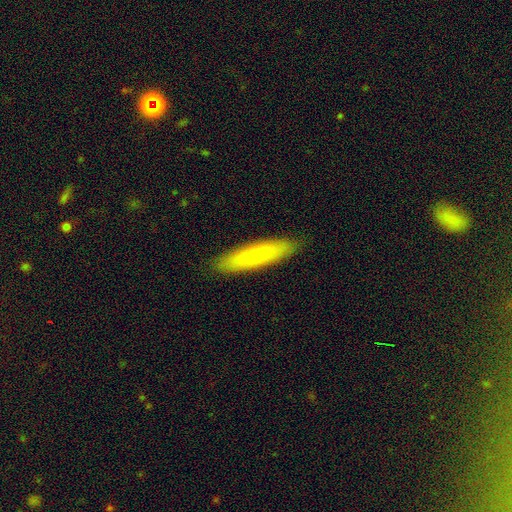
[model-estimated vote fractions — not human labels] Smooth or featured: smooth — 81% (featured or disk — 12%)
How rounded: cigar-shaped — 82% (in between — 17%)
Merging: none — 90% (minor disturbance — 8%)